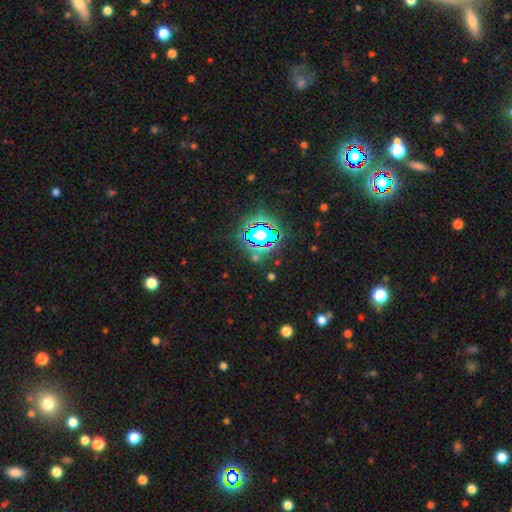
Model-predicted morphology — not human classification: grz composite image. It shows a star or artifact, not a galaxy (76%).